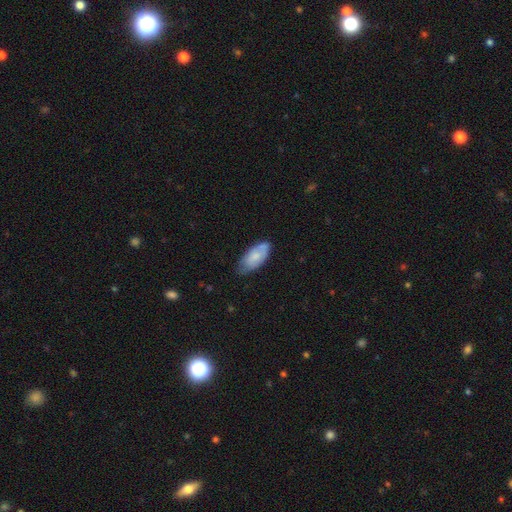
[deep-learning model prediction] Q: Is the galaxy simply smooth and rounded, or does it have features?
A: smooth — 67%.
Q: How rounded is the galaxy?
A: in between — 90%.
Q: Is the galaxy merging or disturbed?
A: none — 61%.